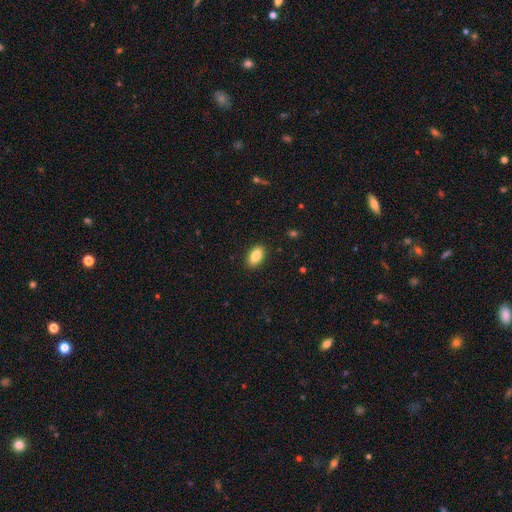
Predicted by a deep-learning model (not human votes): A smooth galaxy with no disk features (85%) that is in between round and cigar-shaped (91%). Merging: none (90%).